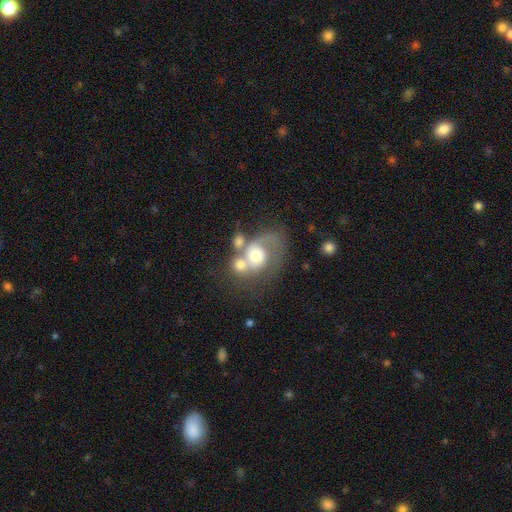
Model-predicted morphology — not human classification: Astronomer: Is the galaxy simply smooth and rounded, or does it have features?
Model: featured or disk — 55% (runner-up: smooth, 37%).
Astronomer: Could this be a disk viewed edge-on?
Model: no — 98%.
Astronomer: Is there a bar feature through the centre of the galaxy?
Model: no — 79%.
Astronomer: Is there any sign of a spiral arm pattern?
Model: yes — 67%.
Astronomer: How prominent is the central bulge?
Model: moderate — 46% (runner-up: large, 35%).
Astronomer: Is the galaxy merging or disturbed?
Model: merger — 51%.